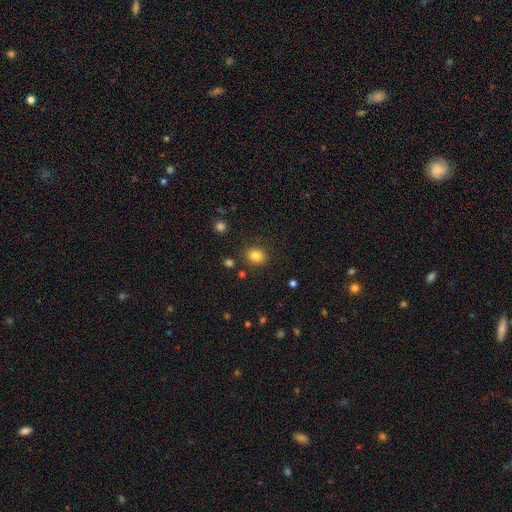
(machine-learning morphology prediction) This is clearly a smooth galaxy (83%). How rounded: likely round (68%). Merging: clearly none (85%).